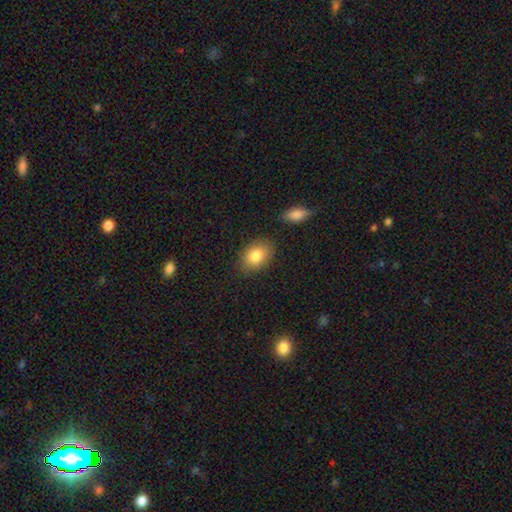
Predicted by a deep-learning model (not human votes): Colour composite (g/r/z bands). It shows a smooth galaxy with no disk features (83%) that is in between round and cigar-shaped (81%). Merging: none (82%).